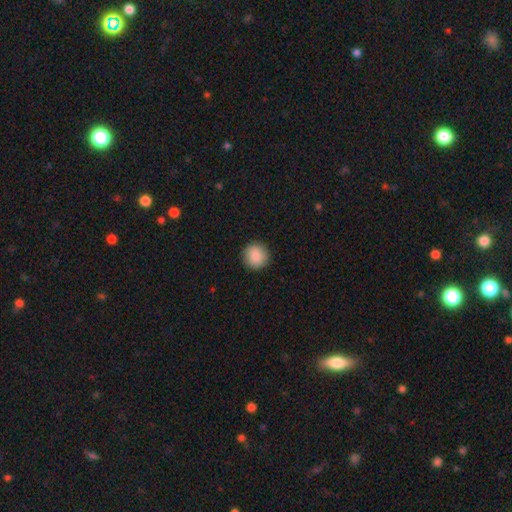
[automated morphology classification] This appears to be a smooth galaxy with no disk features (88%) that is round (94%). Merging: none (92%).